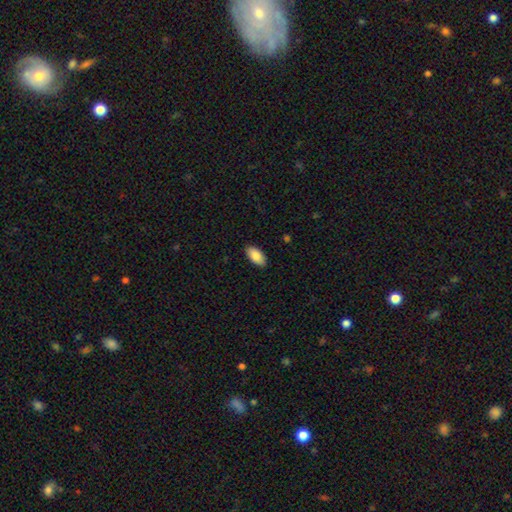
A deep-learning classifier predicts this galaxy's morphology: Smooth or featured? smooth (87%)
How rounded? in between (94%)
Merging? none (89%)